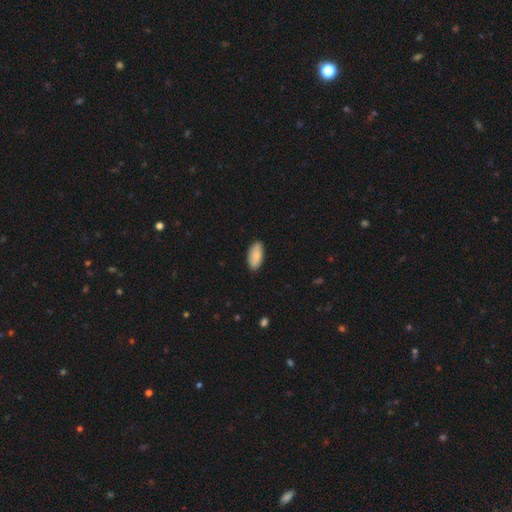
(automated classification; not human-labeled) This is clearly a smooth galaxy (83%). How rounded: clearly in between (92%). Merging: clearly none (87%).